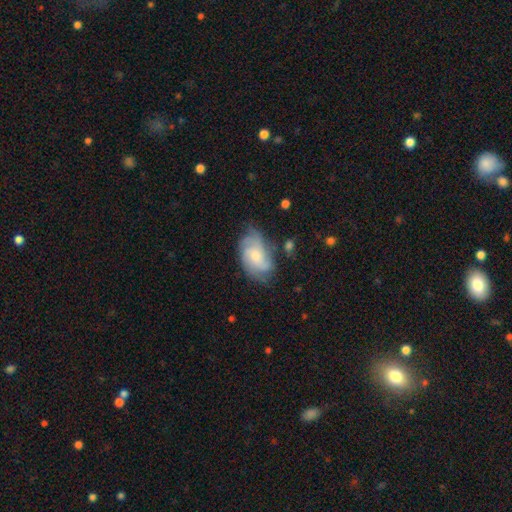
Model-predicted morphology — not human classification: smooth_or_featured: featured or disk (p=0.61) [alt: smooth p=0.32]
disk_edge_on: no (p=0.96) [alt: yes p=0.04]
bar: no (p=0.69) [alt: weak p=0.28]
has_spiral_arms: yes (p=0.88) [alt: no p=0.12]
spiral_winding: medium (p=0.42) [alt: tight p=0.38]
spiral_arm_count: can't tell (p=0.34) [alt: 3 p=0.24]
bulge_size: small (p=0.46) [tied with: moderate p=0.46]
merging: none (p=0.62) [alt: minor disturbance p=0.26]